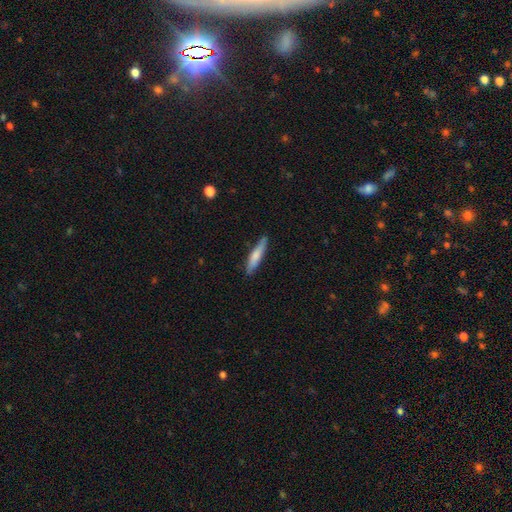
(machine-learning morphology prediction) type=smooth (72%); roundness=cigar-shaped (85%); merging=none (80%).